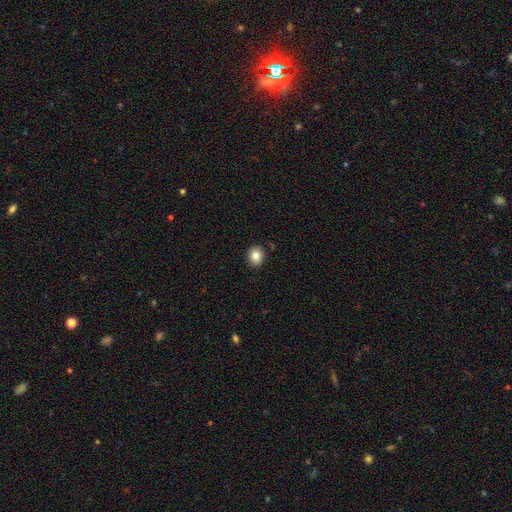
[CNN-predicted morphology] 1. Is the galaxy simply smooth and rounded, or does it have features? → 84% smooth, 10% star or artifact, 6% featured or disk.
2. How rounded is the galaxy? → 69% round, 30% in between, 1% cigar-shaped.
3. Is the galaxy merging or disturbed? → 89% none, 8% minor disturbance, 2% major disturbance, 1% merger.